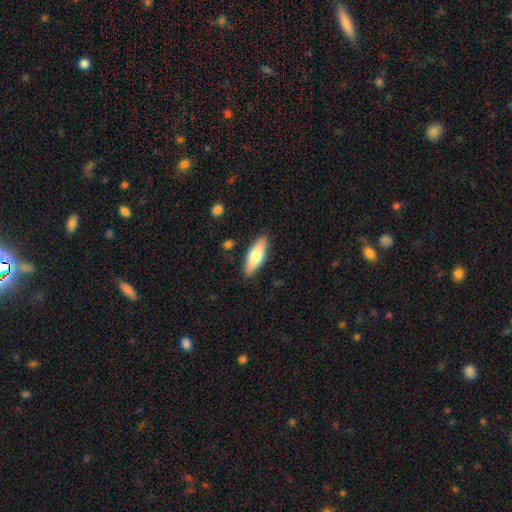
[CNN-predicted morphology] smooth 70%, featured or disk 24%, star or artifact 6%. Down the decision tree: how rounded — in between (63%); merging — none (87%).